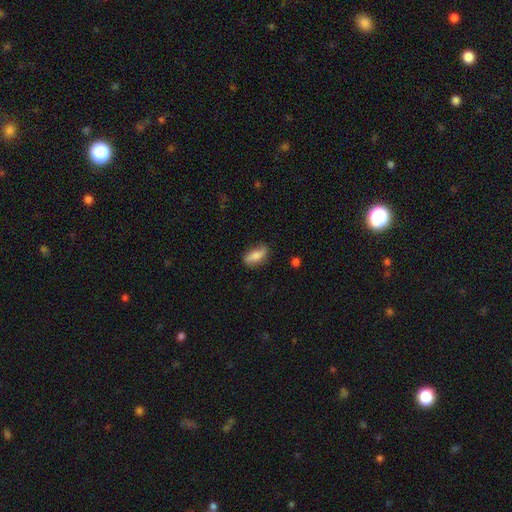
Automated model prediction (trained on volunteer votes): smooth 75%, featured or disk 18%, star or artifact 7%. Down the decision tree: how rounded — in between (82%); merging — none (77%).